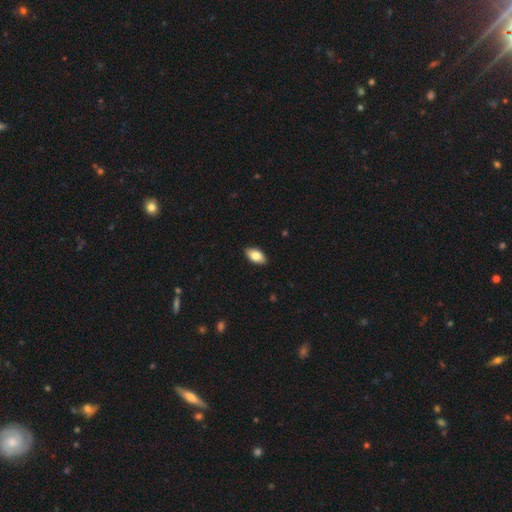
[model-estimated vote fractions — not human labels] Smooth or featured? Predicted: smooth (p=0.81). How rounded? Predicted: in between (p=0.93). Merging? Predicted: none (p=0.89).